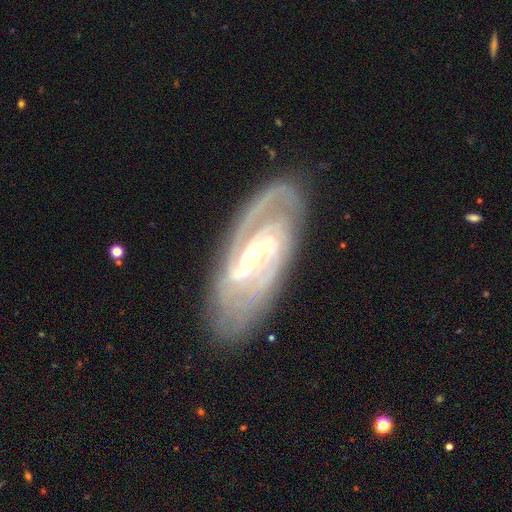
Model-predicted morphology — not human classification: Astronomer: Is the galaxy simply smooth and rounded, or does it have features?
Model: featured or disk — 90%.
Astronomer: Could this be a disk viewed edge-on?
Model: no — 94%.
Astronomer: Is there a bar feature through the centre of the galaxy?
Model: weak — 39% (runner-up: strong, 32%).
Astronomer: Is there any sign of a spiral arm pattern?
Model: yes — 97%.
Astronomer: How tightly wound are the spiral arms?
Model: tight — 57% (runner-up: medium, 36%).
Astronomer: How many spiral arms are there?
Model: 2 — 52%.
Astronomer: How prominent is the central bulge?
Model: small — 68%.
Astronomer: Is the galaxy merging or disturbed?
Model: none — 81%.